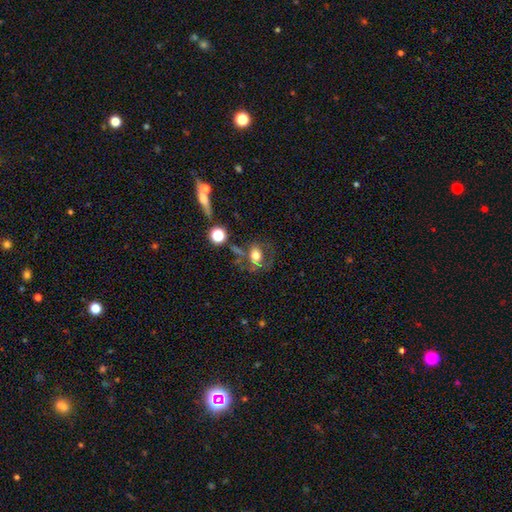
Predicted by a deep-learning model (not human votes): This appears to be a smooth galaxy with no disk features (54%) that is in between round and cigar-shaped (54%). Merging: none (48%).